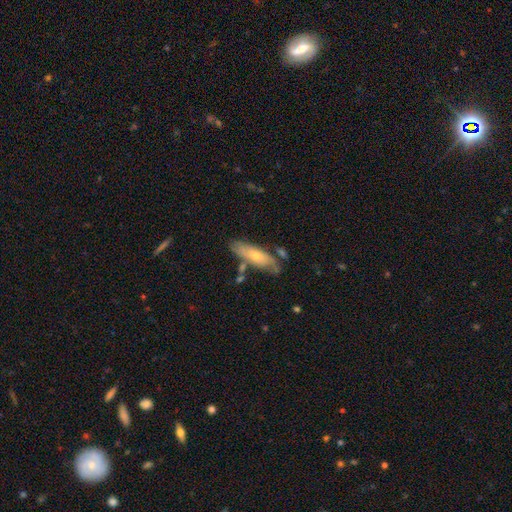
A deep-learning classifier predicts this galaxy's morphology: A smooth galaxy with no disk features (50%) that is cigar-shaped (52%).

Vote fractions:
- Smooth or featured? smooth: 50% / featured or disk: 43% / star or artifact: 7%
- How rounded? cigar-shaped: 52% / in between: 46% / round: 2%
- Merging? none: 67% / minor disturbance: 20% / merger: 7% / major disturbance: 5%